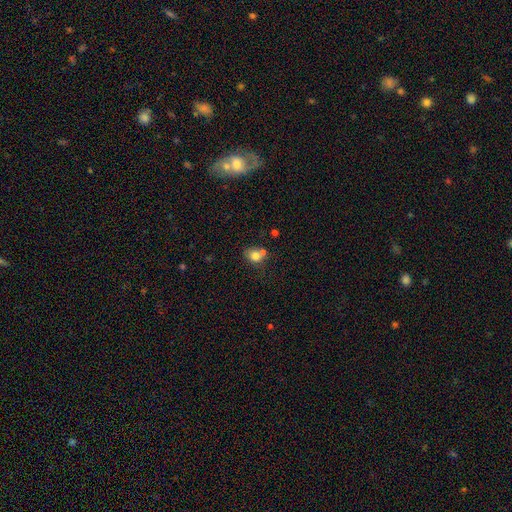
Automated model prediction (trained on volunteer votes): Smooth or featured? smooth (78%)
How rounded? round (66%)
Merging? none (48%)